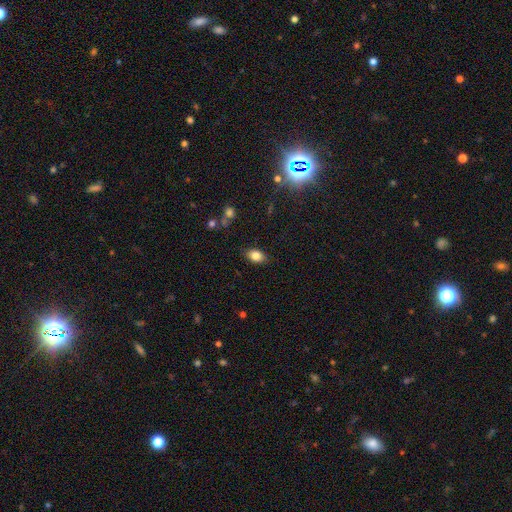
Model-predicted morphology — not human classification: The model was most divided on "how rounded": in between: 83%, round: 15%, cigar-shaped: 2%. More confident: merging — none (83%); smooth or featured — smooth (82%).